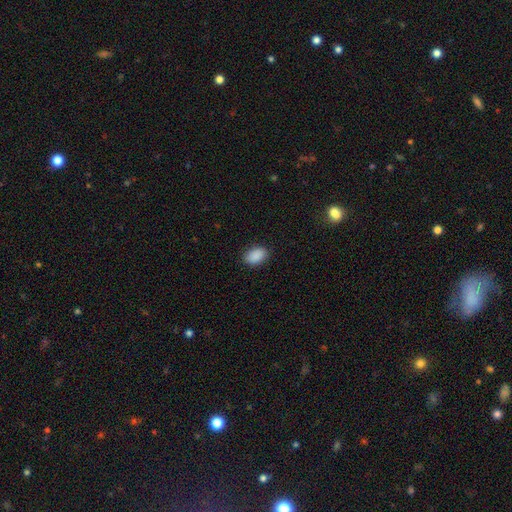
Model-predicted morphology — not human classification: This appears to be a smooth galaxy with no disk features (90%) that is in between round and cigar-shaped (87%). Merging: none (86%).